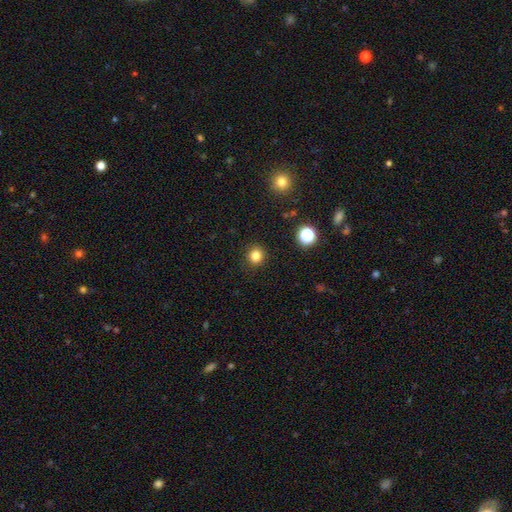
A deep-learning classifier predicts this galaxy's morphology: This is clearly a smooth galaxy (81%). How rounded: clearly round (90%). Merging: clearly none (91%).